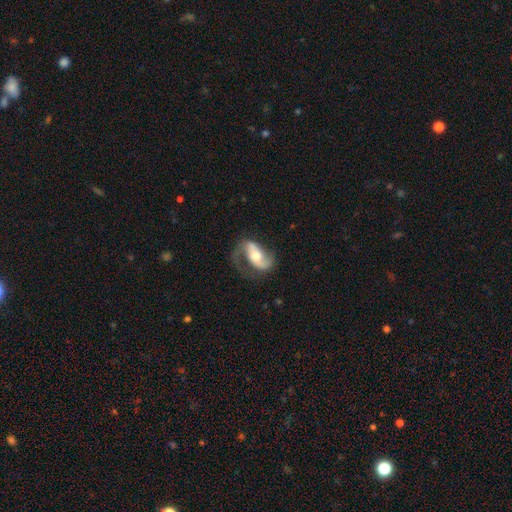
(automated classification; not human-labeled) Smooth or featured? Predicted: featured or disk (p=0.79). Edge-on disk? Predicted: no (p=0.95). Bar? Predicted: weak (p=0.36). Spiral arms? Predicted: yes (p=0.92). Spiral winding? Predicted: loose (p=0.47). Spiral arm count? Predicted: 2 (p=0.79). Bulge size? Predicted: moderate (p=0.59). Merging? Predicted: none (p=0.53).